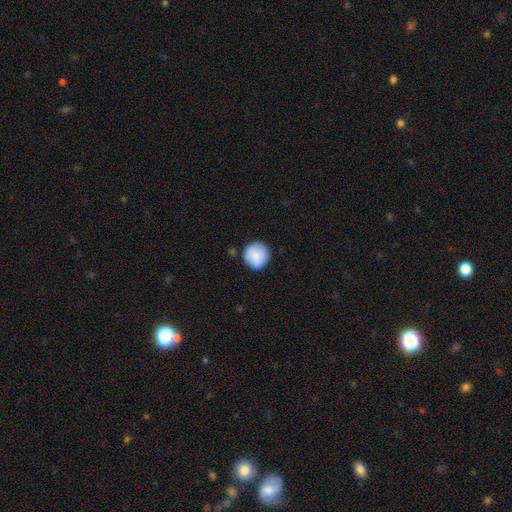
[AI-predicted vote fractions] smooth_or_featured: smooth (p=0.85) [alt: featured or disk p=0.08]
how_rounded: round (p=0.92) [alt: in between p=0.07]
merging: none (p=0.82) [alt: minor disturbance p=0.13]